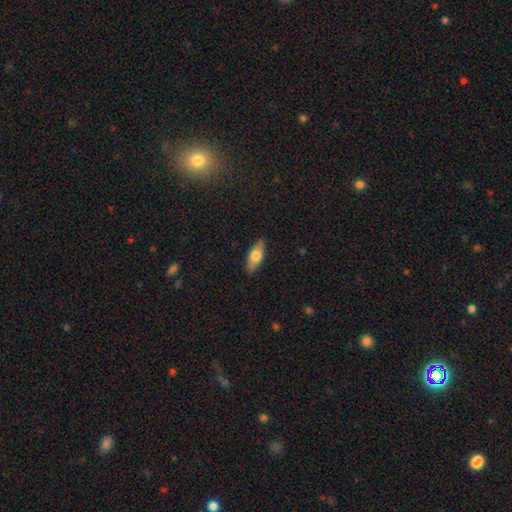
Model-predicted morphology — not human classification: The model was most divided on "smooth or featured": smooth: 68%, featured or disk: 26%, star or artifact: 6%. More confident: merging — none (88%); how rounded — in between (73%).